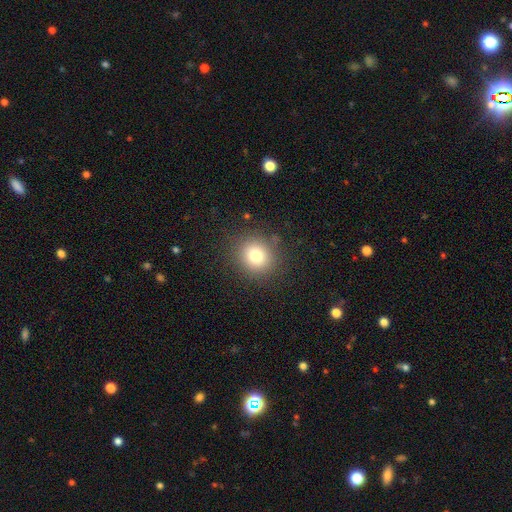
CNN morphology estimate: The model was most divided on "smooth or featured": smooth: 78%, star or artifact: 13%, featured or disk: 9%. More confident: how rounded — round (87%); merging — none (86%).